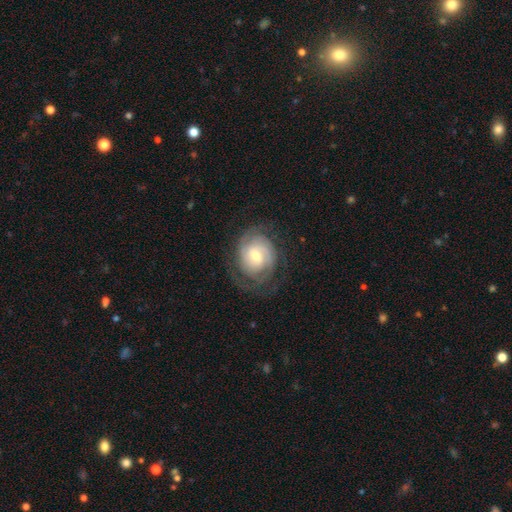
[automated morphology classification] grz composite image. It shows a featured or disk galaxy (78%) with no bar (53%), 2 (39%) tight (64%) spiral arms (93%) and a moderate central bulge (58%). Merging: none (69%).